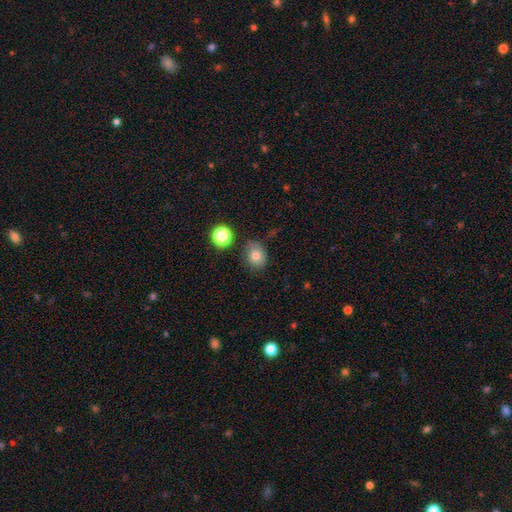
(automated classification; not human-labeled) Smooth or featured? Predicted: smooth (p=0.78). How rounded? Predicted: round (p=0.54). Merging? Predicted: none (p=0.74).